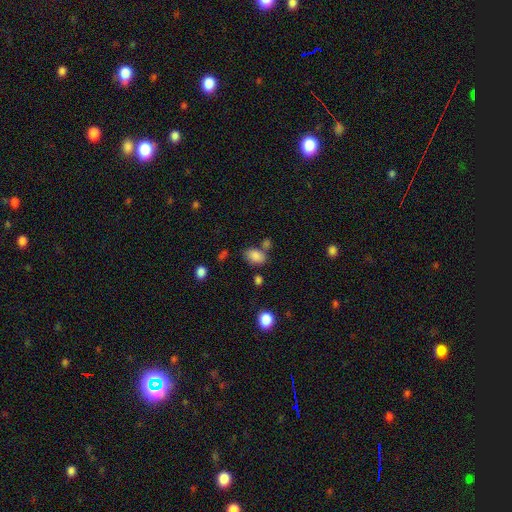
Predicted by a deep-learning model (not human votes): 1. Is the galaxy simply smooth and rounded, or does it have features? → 84% smooth, 10% star or artifact, 6% featured or disk.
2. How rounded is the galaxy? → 85% in between, 14% round, 1% cigar-shaped.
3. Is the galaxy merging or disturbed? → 62% none, 17% minor disturbance, 16% merger, 5% major disturbance.